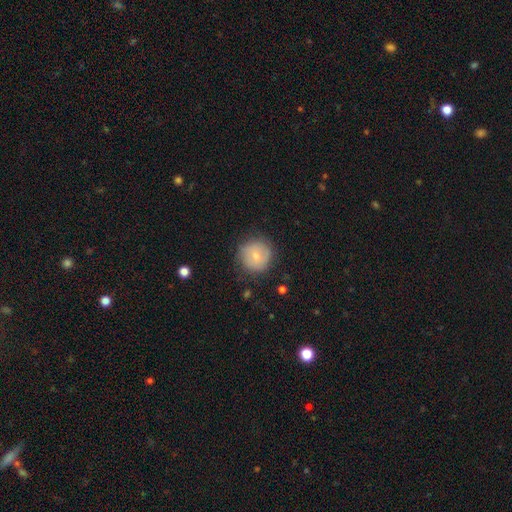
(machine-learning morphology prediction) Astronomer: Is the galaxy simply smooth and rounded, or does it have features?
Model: smooth — 72%.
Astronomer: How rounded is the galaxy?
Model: round — 93%.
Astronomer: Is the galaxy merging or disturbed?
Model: none — 79%.